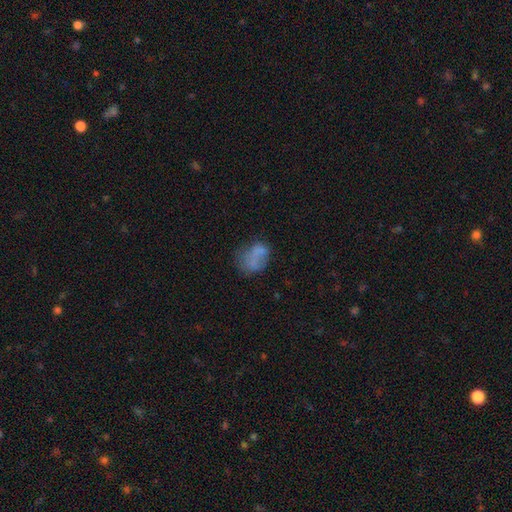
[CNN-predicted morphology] The model was most divided on "merging": none: 39%, minor disturbance: 25%, major disturbance: 21%, merger: 14%. More confident: how rounded — in between (68%); smooth or featured — smooth (65%).